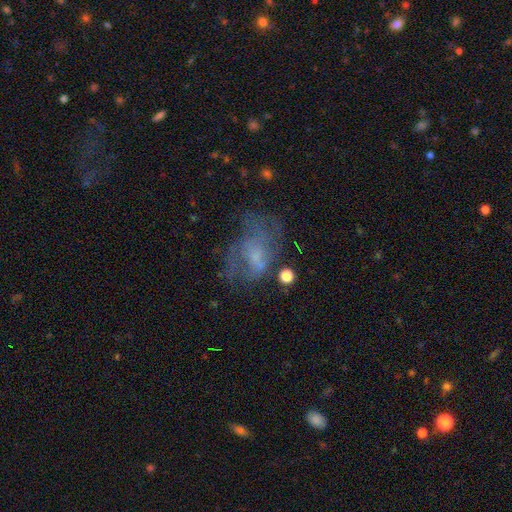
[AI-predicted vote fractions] Smooth or featured: featured or disk — 53% (smooth — 33%)
Edge-on disk: no — 97% (yes — 3%)
Bar: no — 74% (weak — 23%)
Spiral arms: no — 60% (yes — 40%)
Bulge size: small — 39% (none — 35%)
Merging: none — 40% (major disturbance — 33%)